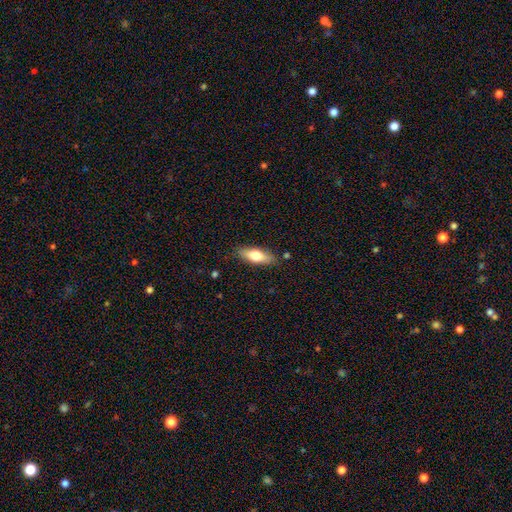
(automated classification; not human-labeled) The model was most divided on "how rounded": in between: 63%, cigar-shaped: 34%, round: 3%. More confident: merging — none (84%); smooth or featured — smooth (68%).